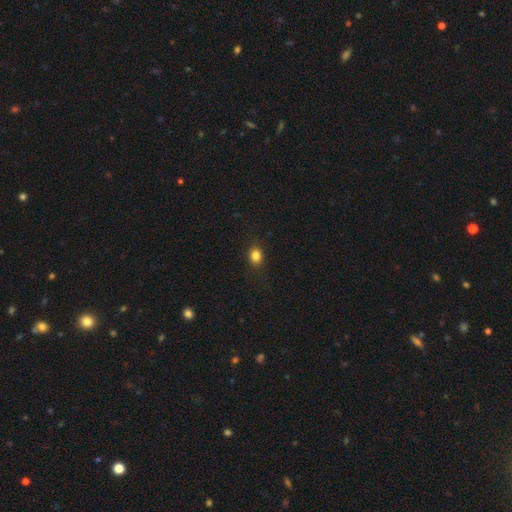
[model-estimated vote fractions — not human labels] A smooth galaxy with no disk features (84%) that is round (50%). Merging: none (88%).